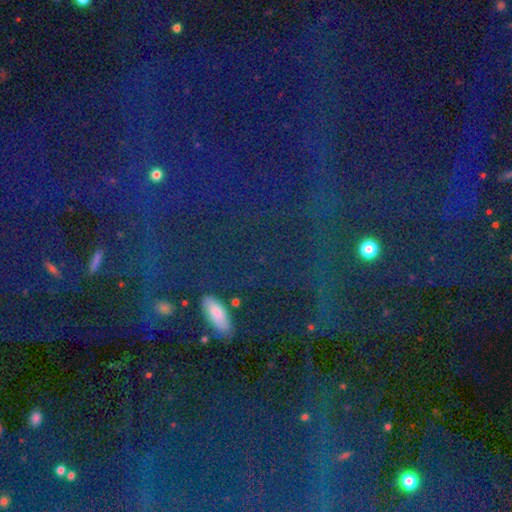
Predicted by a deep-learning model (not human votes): Overall: star or artifact (68%).